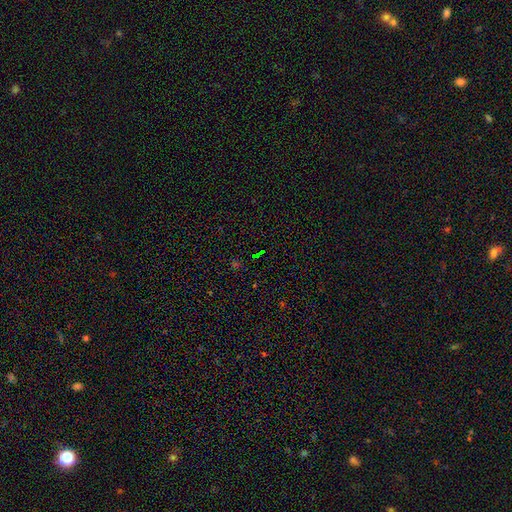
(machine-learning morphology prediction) This is likely a star or artifact rather than a galaxy (70%).